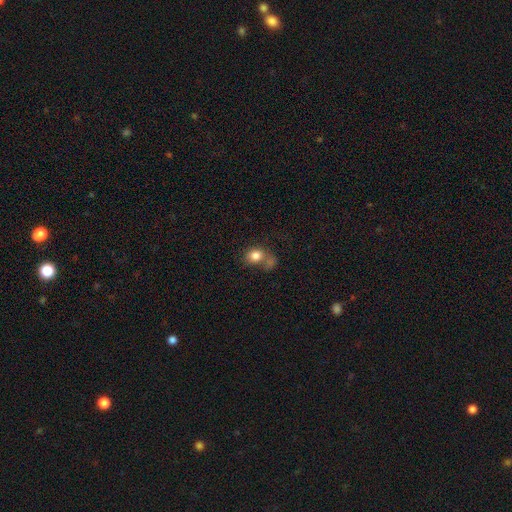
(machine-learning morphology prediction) Q: Smooth or featured?
A: smooth (81%); runner-up: featured or disk (10%)
Q: How rounded?
A: round (56%); runner-up: in between (43%)
Q: Merging?
A: none (38%); runner-up: merger (36%)